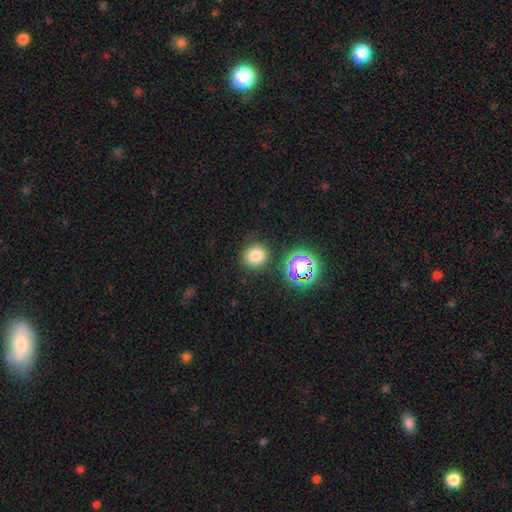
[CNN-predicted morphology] smooth_or_featured: smooth (p=0.78) [alt: star or artifact p=0.16]
how_rounded: round (p=0.83) [alt: in between p=0.16]
merging: none (p=0.83) [alt: minor disturbance p=0.09]